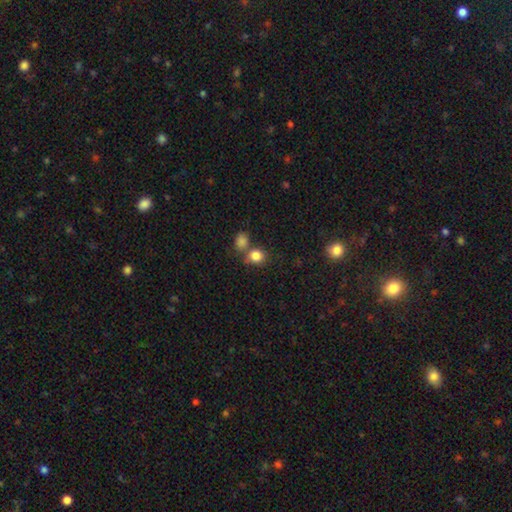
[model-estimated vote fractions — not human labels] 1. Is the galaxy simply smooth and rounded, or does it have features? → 83% smooth, 11% star or artifact, 6% featured or disk.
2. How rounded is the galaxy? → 77% round, 22% in between, 1% cigar-shaped.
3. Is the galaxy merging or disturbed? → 55% none, 31% merger, 10% minor disturbance, 4% major disturbance.